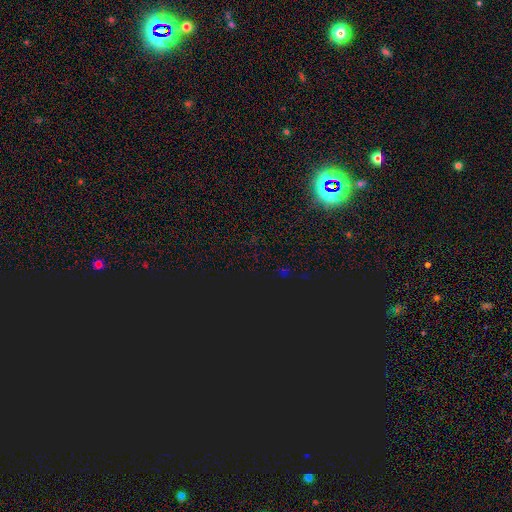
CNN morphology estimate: star or artifact 78%, smooth 15%, featured or disk 7%.